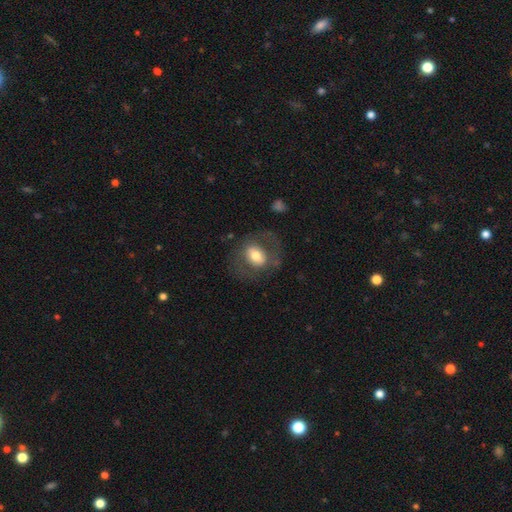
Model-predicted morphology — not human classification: A smooth galaxy with no disk features (54%) that is in between round and cigar-shaped (58%). Merging: none (67%).